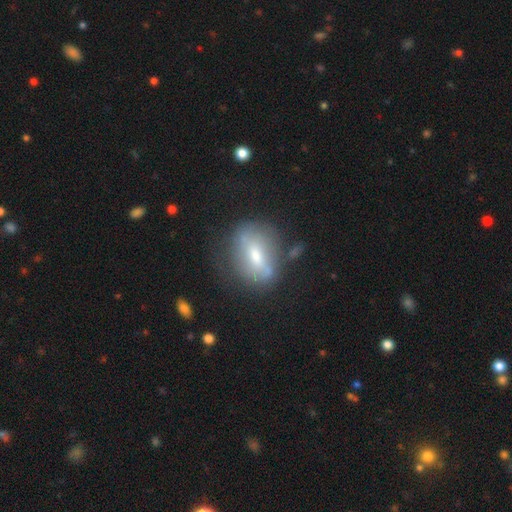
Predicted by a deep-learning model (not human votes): smooth-or-featured: smooth: 47% | featured or disk: 44% | star or artifact: 9%
  merging: none: 61% | minor disturbance: 24% | major disturbance: 10% | merger: 5%